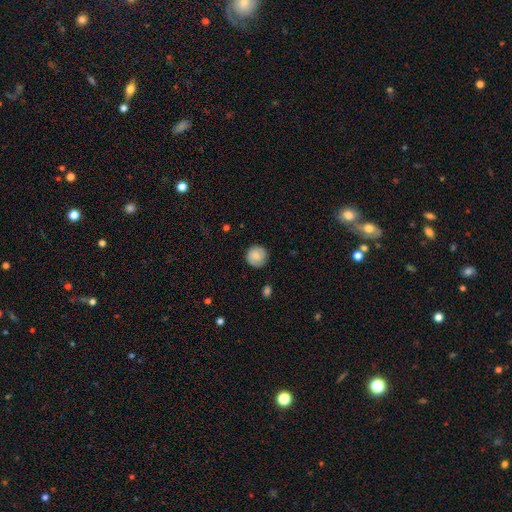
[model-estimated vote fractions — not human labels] This appears to be a smooth galaxy with no disk features (76%) that is round (93%). Merging: none (84%).